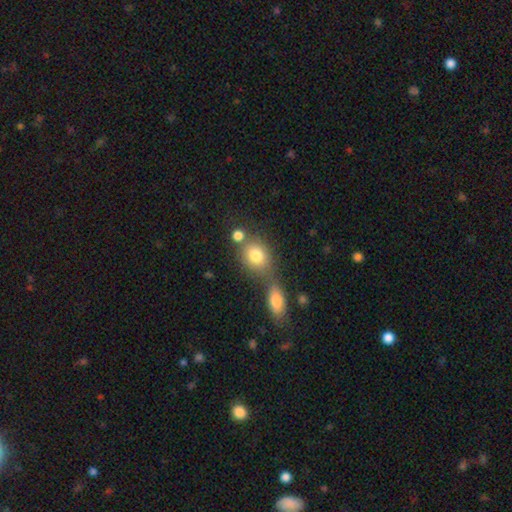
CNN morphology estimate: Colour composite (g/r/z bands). It shows a smooth galaxy with no disk features (79%) that is round (52%). Merging: none (46%).